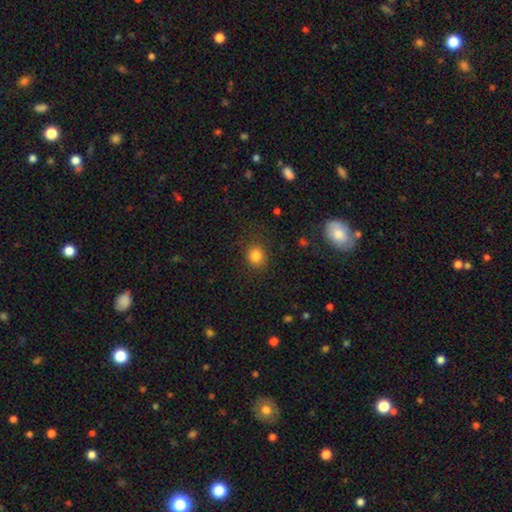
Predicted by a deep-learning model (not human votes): Smooth or featured?
  - smooth: 83% *
  - star or artifact: 12%
  - featured or disk: 5%
How rounded?
  - round: 72% *
  - in between: 27%
  - cigar-shaped: 1%
Merging?
  - none: 82% *
  - minor disturbance: 12%
  - major disturbance: 5%
  - merger: 1%